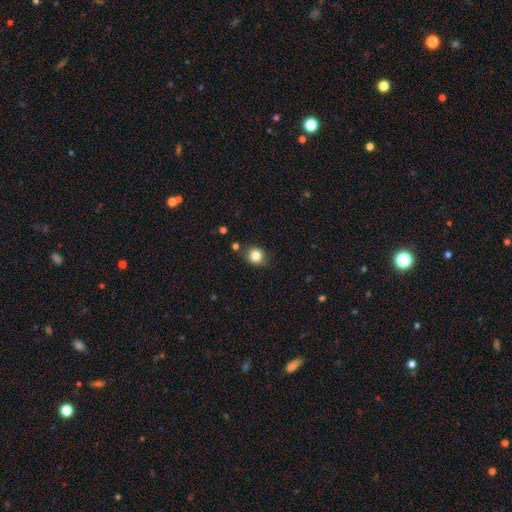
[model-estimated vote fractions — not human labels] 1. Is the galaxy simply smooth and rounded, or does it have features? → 83% smooth, 11% star or artifact, 6% featured or disk.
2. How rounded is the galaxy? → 83% round, 17% in between, 1% cigar-shaped.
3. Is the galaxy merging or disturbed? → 81% none, 12% minor disturbance, 4% merger, 3% major disturbance.